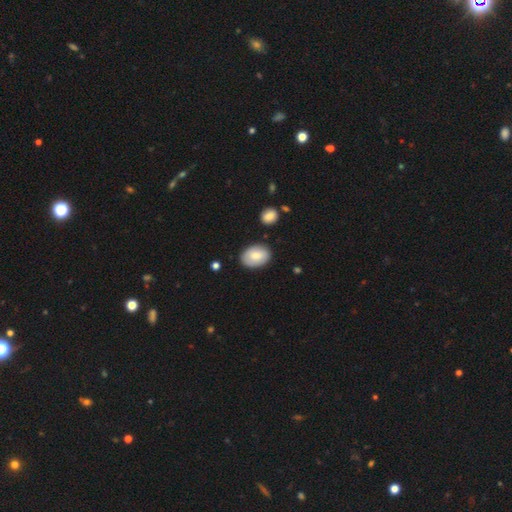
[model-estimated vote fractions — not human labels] A smooth galaxy with no disk features (77%) that is in between round and cigar-shaped (80%). Merging: none (81%).